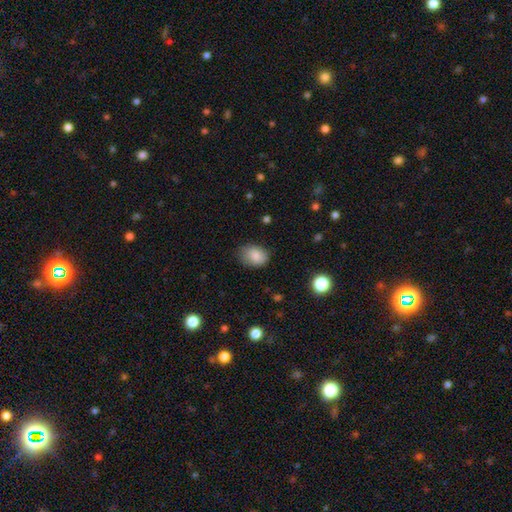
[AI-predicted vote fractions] smooth_or_featured: smooth (p=0.84) [alt: star or artifact p=0.08]
how_rounded: in between (p=0.72) [alt: round p=0.27]
merging: none (p=0.72) [alt: minor disturbance p=0.23]